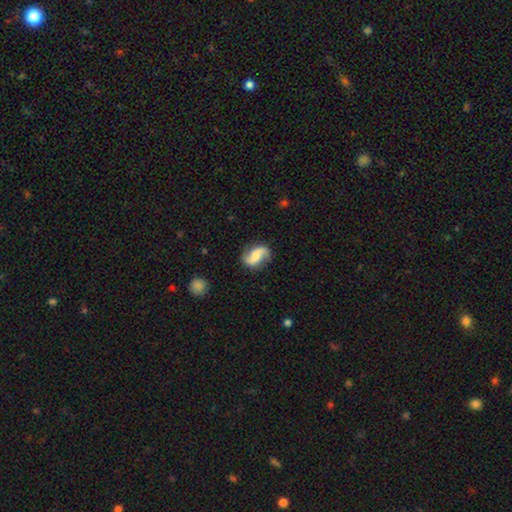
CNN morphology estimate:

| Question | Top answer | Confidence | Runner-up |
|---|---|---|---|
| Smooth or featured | featured or disk | 71% | smooth (22%) |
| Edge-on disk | no | 97% | yes (3%) |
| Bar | no | 49% | weak (34%) |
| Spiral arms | yes | 94% | no (6%) |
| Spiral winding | loose | 71% | medium (21%) |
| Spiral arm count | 2 | 92% | can't tell (3%) |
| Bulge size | moderate | 43% | small (37%) |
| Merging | none | 79% | minor disturbance (15%) |